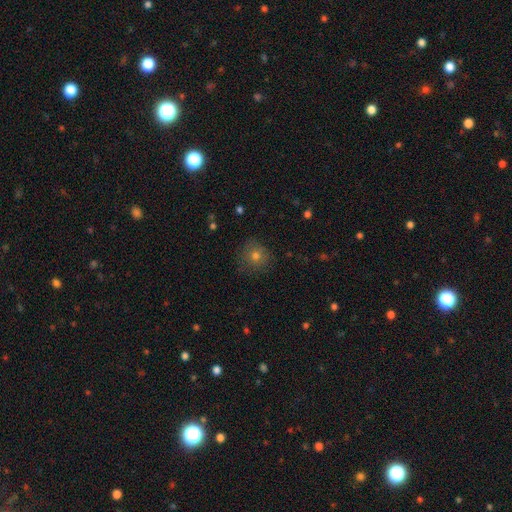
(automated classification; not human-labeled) Smooth or featured? smooth (70%)
How rounded? round (91%)
Merging? none (82%)